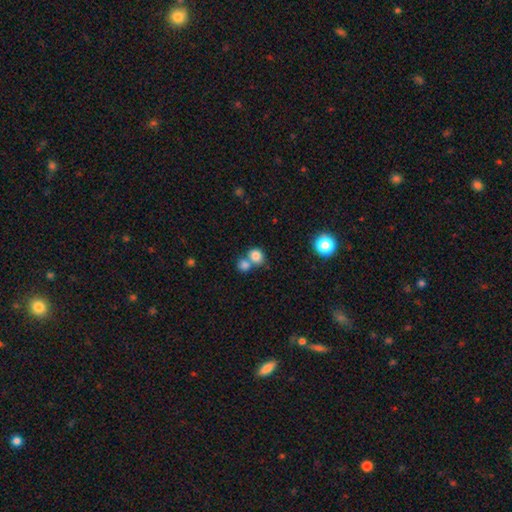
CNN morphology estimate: This is clearly a smooth galaxy (82%). How rounded: likely round (69%). Merging: possibly merger (46%).